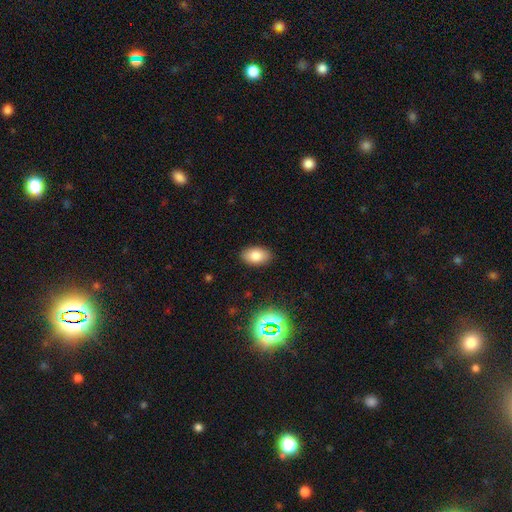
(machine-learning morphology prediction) smooth-or-featured: smooth: 80% | star or artifact: 11% | featured or disk: 9%
  how-rounded: in between: 91% | round: 7% | cigar-shaped: 1%
  merging: none: 88% | minor disturbance: 9% | major disturbance: 2% | merger: 1%